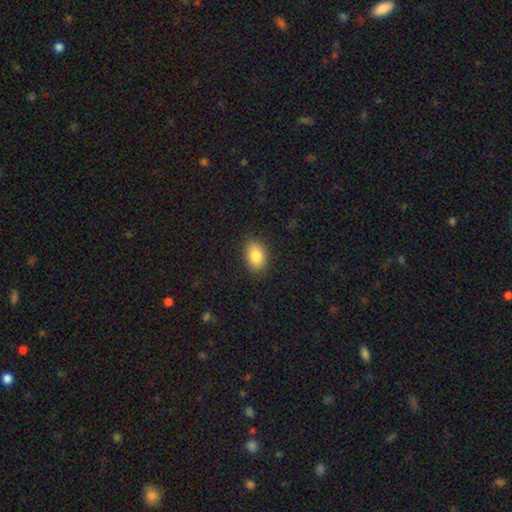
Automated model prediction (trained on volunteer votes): smooth 85%, star or artifact 8%, featured or disk 8%. Down the decision tree: how rounded — in between (85%); merging — none (86%).